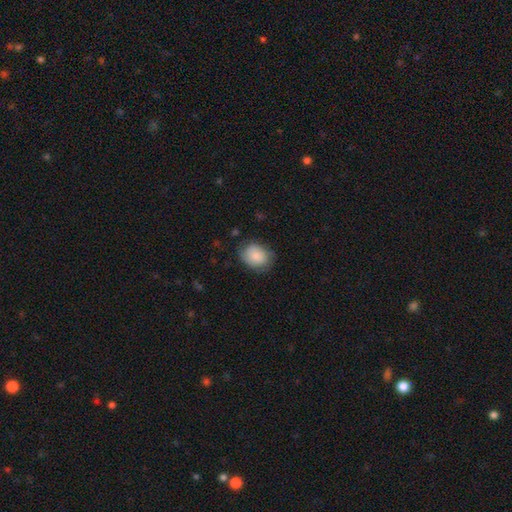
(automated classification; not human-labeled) Smooth or featured?
  - smooth: 83% *
  - featured or disk: 10%
  - star or artifact: 7%
How rounded?
  - in between: 57% *
  - round: 42%
  - cigar-shaped: 1%
Merging?
  - none: 71% *
  - minor disturbance: 22%
  - major disturbance: 6%
  - merger: 1%